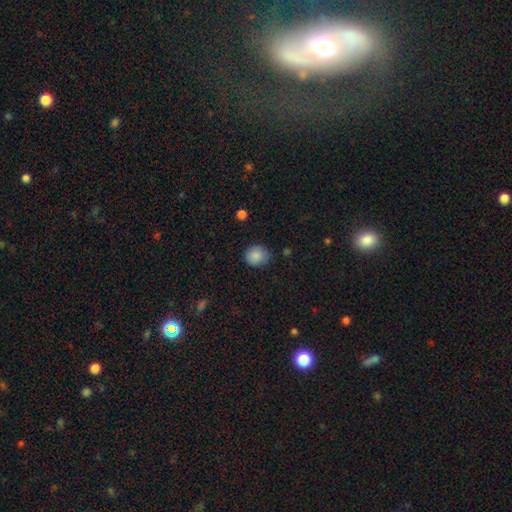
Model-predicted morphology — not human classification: Smooth or featured?
  - smooth: 87% *
  - star or artifact: 8%
  - featured or disk: 4%
How rounded?
  - round: 71% *
  - in between: 28%
  - cigar-shaped: 1%
Merging?
  - none: 78% *
  - minor disturbance: 18%
  - major disturbance: 3%
  - merger: 1%